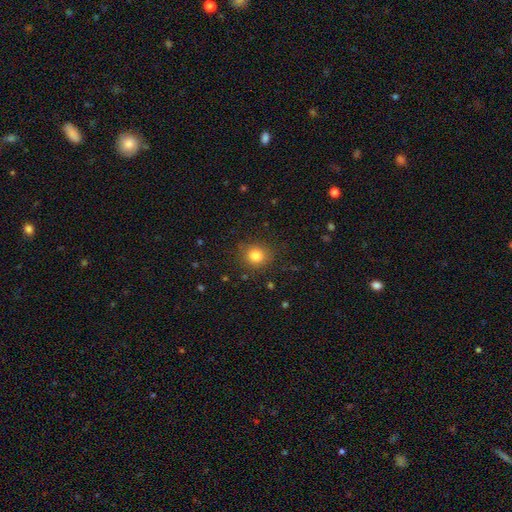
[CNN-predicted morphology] This is clearly a smooth galaxy (82%). How rounded: clearly round (83%). Merging: clearly none (86%).